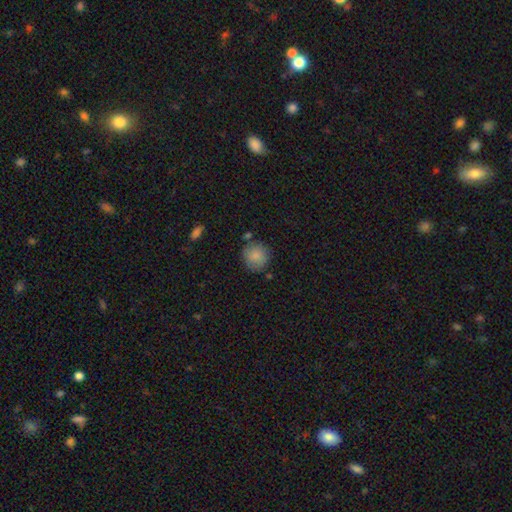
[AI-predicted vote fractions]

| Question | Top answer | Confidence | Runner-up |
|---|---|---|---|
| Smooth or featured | smooth | 86% | star or artifact (8%) |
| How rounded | round | 91% | in between (8%) |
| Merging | none | 78% | minor disturbance (13%) |